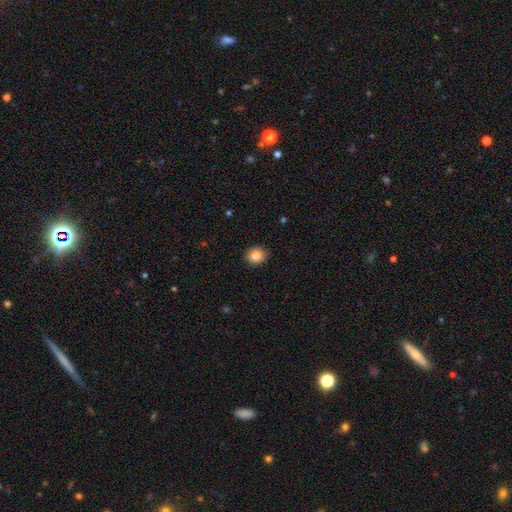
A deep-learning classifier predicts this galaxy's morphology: A smooth galaxy with no disk features (84%) that is round (76%). Merging: none (90%).